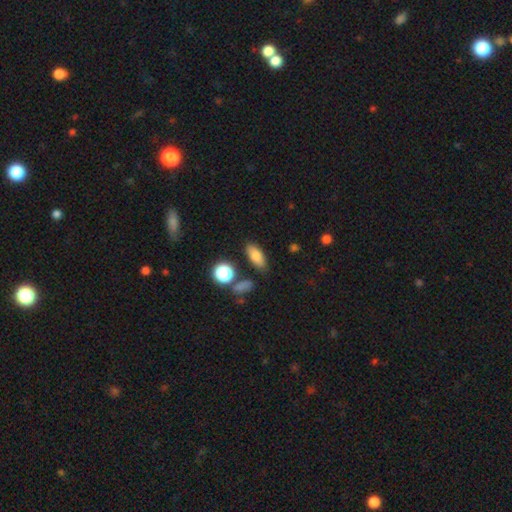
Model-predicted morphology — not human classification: The model was most divided on "how rounded": in between: 77%, cigar-shaped: 15%, round: 8%. More confident: merging — none (80%); smooth or featured — smooth (78%).